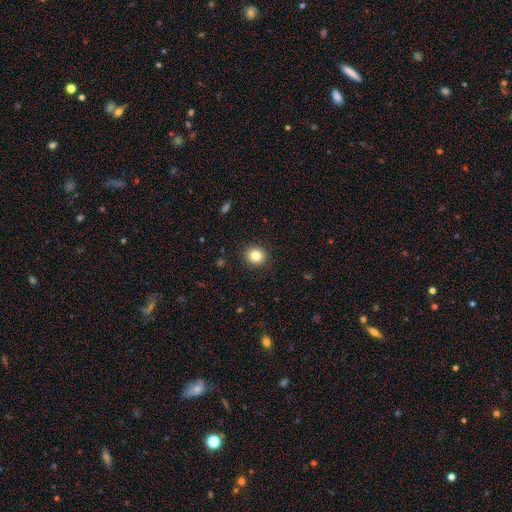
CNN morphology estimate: Overall: smooth (82%). How rounded: round (86%). Merging: none (91%).